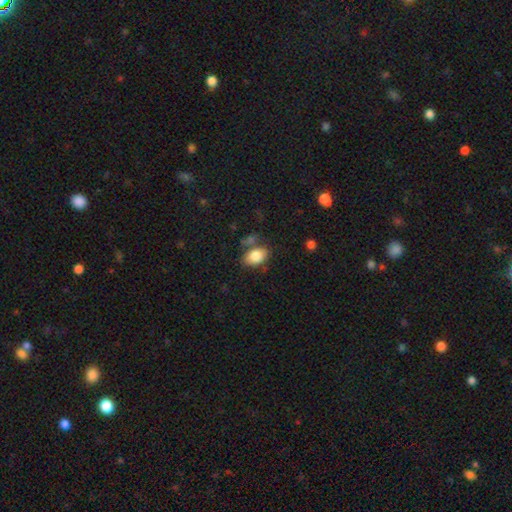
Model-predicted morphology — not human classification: Smooth or featured?
  - smooth: 84% *
  - featured or disk: 8%
  - star or artifact: 8%
How rounded?
  - in between: 83% *
  - round: 15%
  - cigar-shaped: 1%
Merging?
  - none: 63% *
  - minor disturbance: 18%
  - merger: 13%
  - major disturbance: 6%